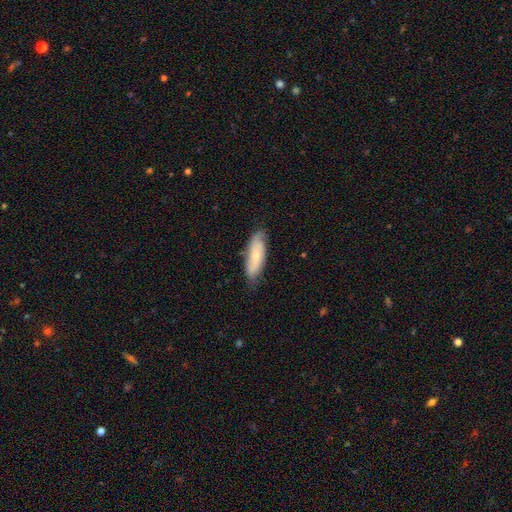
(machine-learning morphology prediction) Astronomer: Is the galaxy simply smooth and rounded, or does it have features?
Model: smooth — 56% (runner-up: featured or disk, 38%).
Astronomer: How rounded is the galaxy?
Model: in between — 60% (runner-up: cigar-shaped, 38%).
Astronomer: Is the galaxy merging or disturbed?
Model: none — 73%.